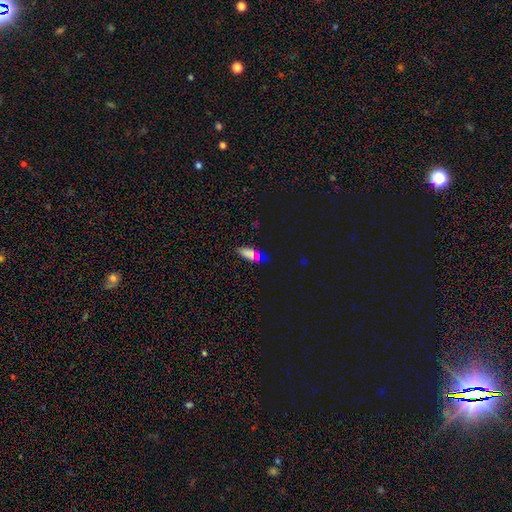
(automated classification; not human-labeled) A smooth galaxy with no disk features (68%) that is in between round and cigar-shaped (77%).

Vote fractions:
- Smooth or featured? smooth: 68% / star or artifact: 23% / featured or disk: 9%
- How rounded? in between: 77% / cigar-shaped: 18% / round: 5%
- Merging? none: 82% / minor disturbance: 12% / major disturbance: 3% / merger: 2%